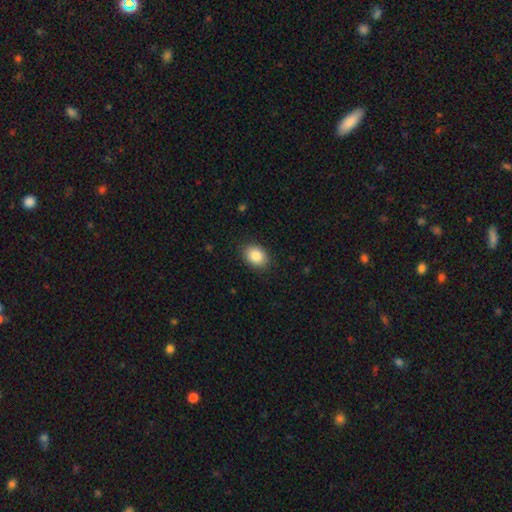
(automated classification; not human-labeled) Overall: smooth (85%). How rounded: in between (65%; round 34%). Merging: none (87%).